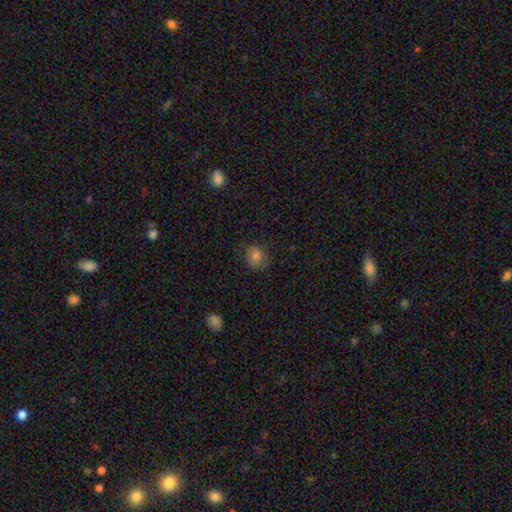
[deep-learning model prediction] This appears to be a smooth galaxy with no disk features (76%) that is round (68%). Merging: none (74%).